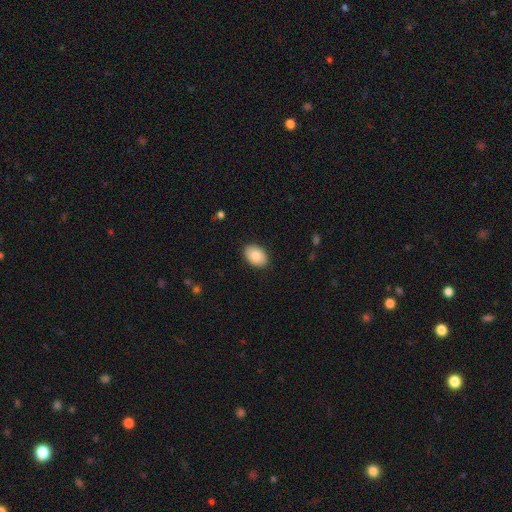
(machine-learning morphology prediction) This appears to be a smooth galaxy with no disk features (83%) that is in between round and cigar-shaped (83%). Merging: none (88%).